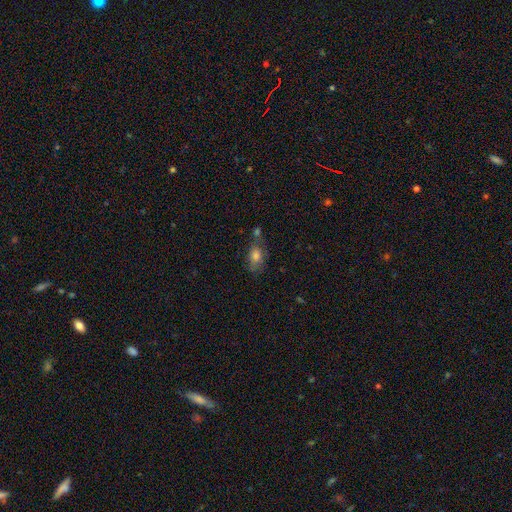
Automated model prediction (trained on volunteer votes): Smooth or featured? smooth (72%)
How rounded? in between (81%)
Merging? none (53%)